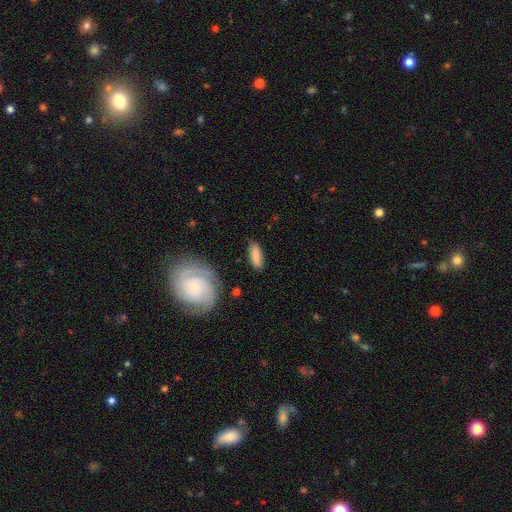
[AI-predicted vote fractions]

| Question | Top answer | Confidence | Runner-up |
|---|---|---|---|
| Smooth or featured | smooth | 77% | featured or disk (16%) |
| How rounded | in between | 69% | cigar-shaped (29%) |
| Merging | none | 80% | minor disturbance (14%) |